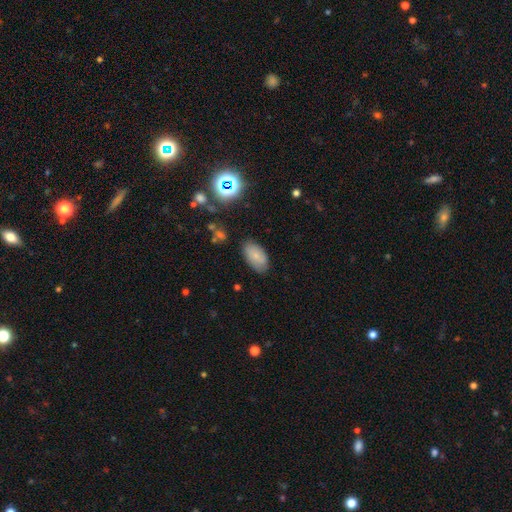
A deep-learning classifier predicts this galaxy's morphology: Smooth or featured: smooth — 70% (featured or disk — 20%)
How rounded: in between — 93% (round — 5%)
Merging: none — 79% (minor disturbance — 16%)